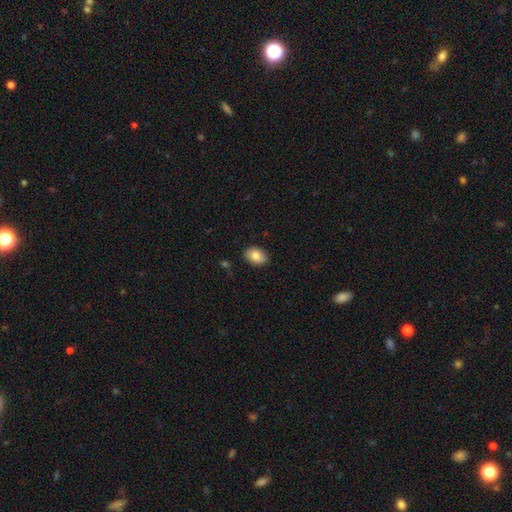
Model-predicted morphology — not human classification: A smooth galaxy with no disk features (84%) that is in between round and cigar-shaped (79%). Merging: none (87%).